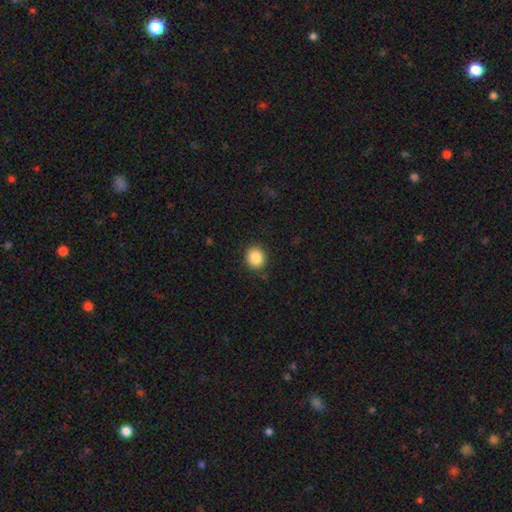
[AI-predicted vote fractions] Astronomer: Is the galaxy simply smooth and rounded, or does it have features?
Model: smooth — 87%.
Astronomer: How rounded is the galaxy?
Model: round — 82%.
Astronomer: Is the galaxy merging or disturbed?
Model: none — 88%.